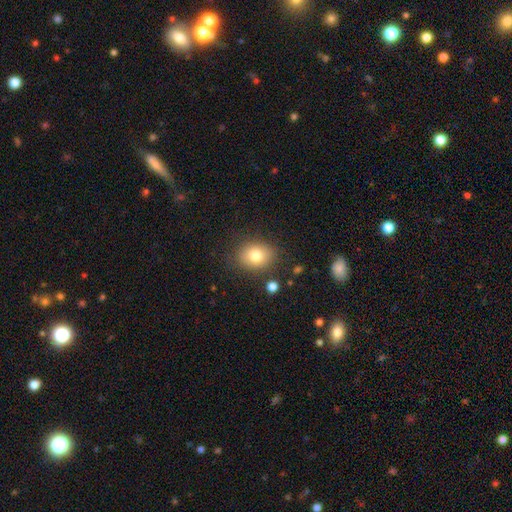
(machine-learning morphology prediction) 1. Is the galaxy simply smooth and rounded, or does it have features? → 79% smooth, 11% featured or disk, 10% star or artifact.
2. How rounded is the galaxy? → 53% in between, 46% round, 1% cigar-shaped.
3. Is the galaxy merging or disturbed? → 83% none, 11% minor disturbance, 4% major disturbance, 3% merger.